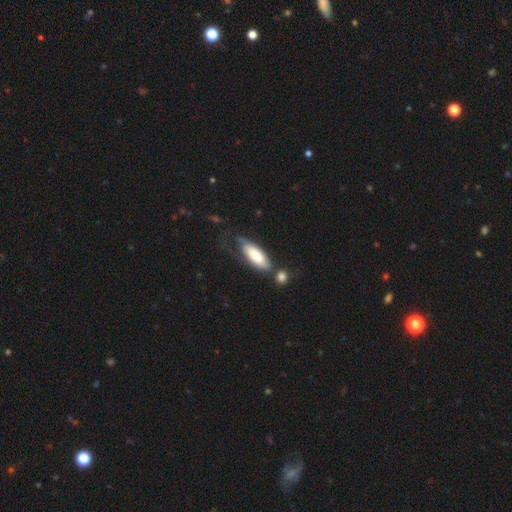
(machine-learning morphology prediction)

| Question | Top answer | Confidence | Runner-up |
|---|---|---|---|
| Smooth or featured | smooth | 73% | featured or disk (21%) |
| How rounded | in between | 70% | cigar-shaped (29%) |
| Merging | none | 39% | minor disturbance (25%) |